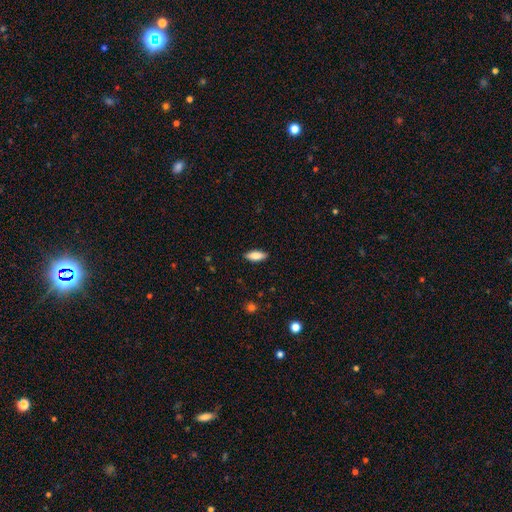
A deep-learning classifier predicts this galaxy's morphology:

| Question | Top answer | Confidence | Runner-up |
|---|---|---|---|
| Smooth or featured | smooth | 83% | featured or disk (11%) |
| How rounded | in between | 76% | cigar-shaped (22%) |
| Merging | none | 88% | minor disturbance (9%) |